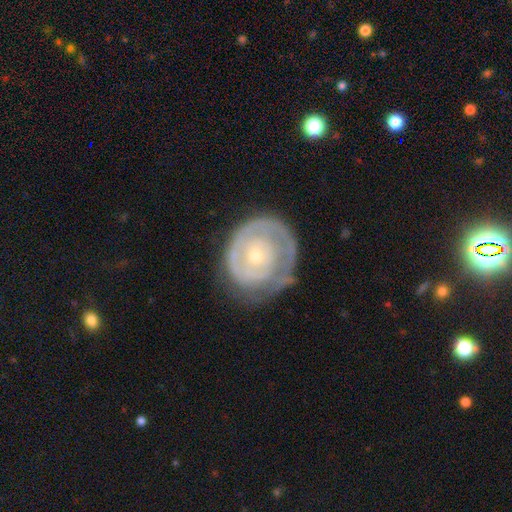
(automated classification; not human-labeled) This is likely a featured or disk galaxy (73%). It is clearly not viewed edge-on (97%). Bar: clearly no (84%). Spiral arm pattern: likely yes (68%). Central bulge: likely small (69%). Merging: possibly none (56%).